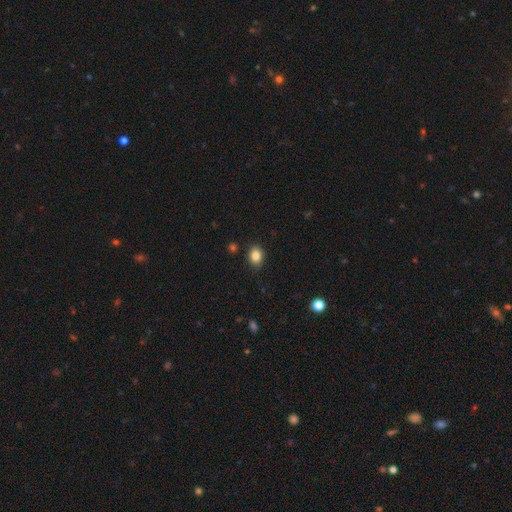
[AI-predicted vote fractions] The model was most divided on "how rounded": in between: 59%, round: 40%, cigar-shaped: 1%. More confident: merging — none (86%); smooth or featured — smooth (85%).